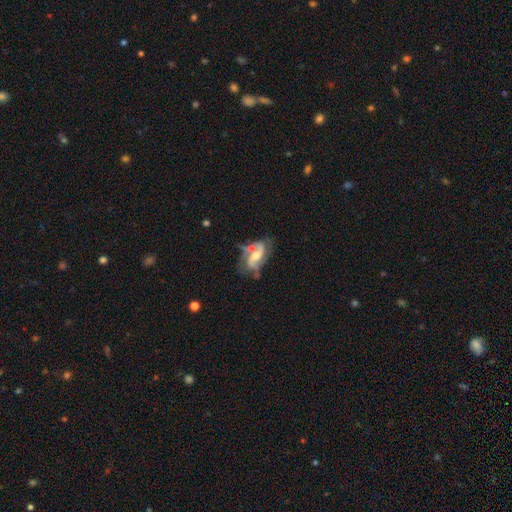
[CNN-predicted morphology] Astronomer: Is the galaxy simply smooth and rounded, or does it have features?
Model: featured or disk — 81%.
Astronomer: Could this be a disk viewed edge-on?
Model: no — 96%.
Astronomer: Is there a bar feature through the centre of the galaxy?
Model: weak — 45% (runner-up: no, 36%).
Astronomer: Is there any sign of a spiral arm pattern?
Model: yes — 91%.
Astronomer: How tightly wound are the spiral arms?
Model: medium — 46% (runner-up: loose, 36%).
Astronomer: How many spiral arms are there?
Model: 2 — 77%.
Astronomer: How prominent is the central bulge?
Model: moderate — 53% (runner-up: small, 32%).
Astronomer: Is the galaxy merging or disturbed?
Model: none — 44% (runner-up: minor disturbance, 23%).